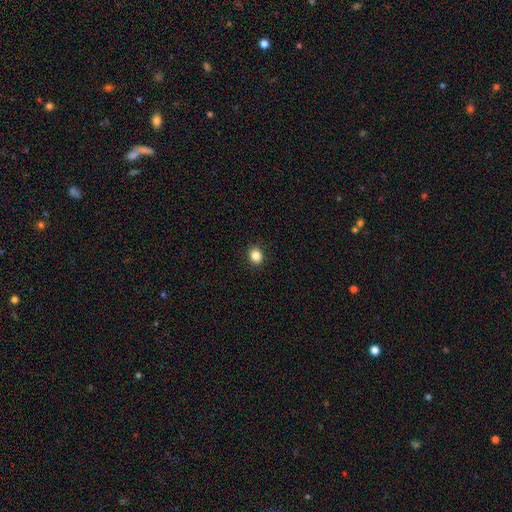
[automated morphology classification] Smooth or featured: smooth — 86% (star or artifact — 11%)
How rounded: round — 77% (in between — 22%)
Merging: none — 92% (minor disturbance — 6%)